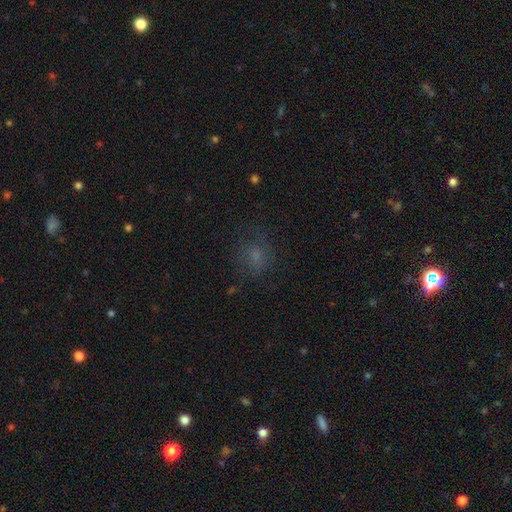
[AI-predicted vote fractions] Smooth or featured? Predicted: smooth (p=0.60). How rounded? Predicted: round (p=0.68). Merging? Predicted: none (p=0.68).